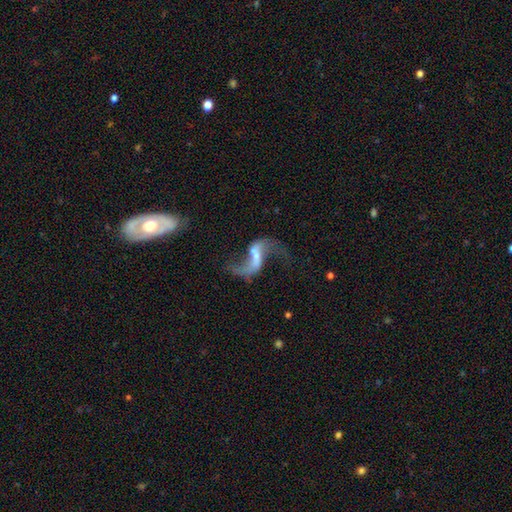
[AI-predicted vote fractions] Morphology: type=featured or disk (87%); edge-on=no (97%); bar=weak (43%); spiral arms=yes (93%); winding=loose (92%); arm count=2 (92%); bulge=small (40%); merging=none (56%).